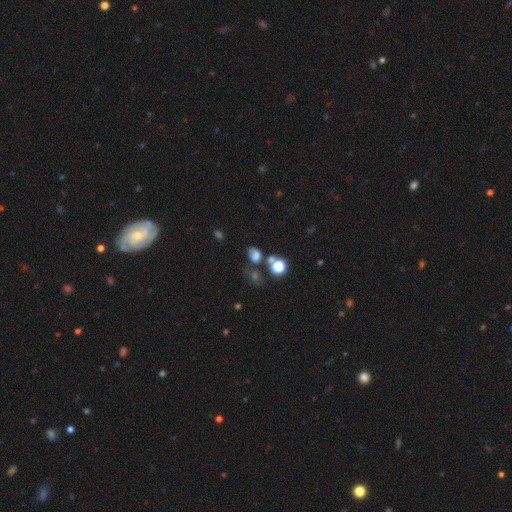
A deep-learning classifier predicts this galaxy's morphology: Q: Smooth or featured?
A: smooth (55%); runner-up: star or artifact (27%)
Q: How rounded?
A: in between (54%); runner-up: round (44%)
Q: Merging?
A: none (42%); runner-up: merger (23%)